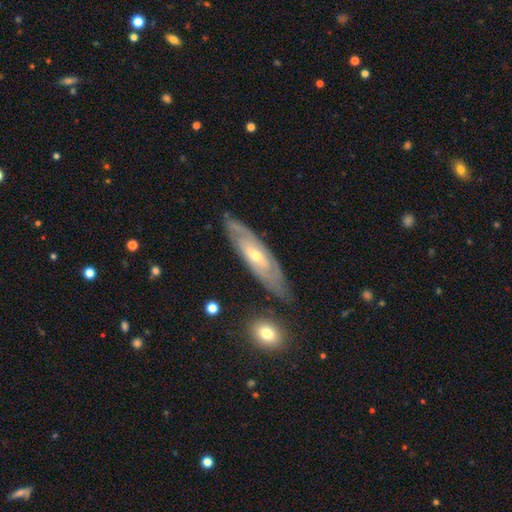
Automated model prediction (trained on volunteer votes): Smooth or featured? featured or disk (79%)
Edge-on disk? no (76%)
Bar? no (56%)
Spiral arms? yes (87%)
Spiral winding? tight (69%)
Spiral arm count? can't tell (50%)
Bulge size? small (54%)
Merging? none (79%)